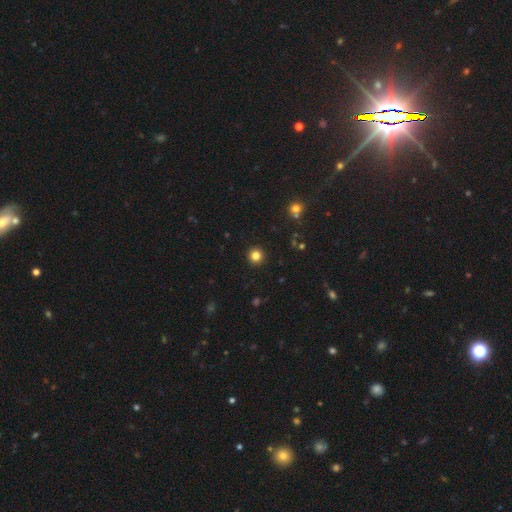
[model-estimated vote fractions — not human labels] smooth_or_featured: smooth (p=0.83) [alt: star or artifact p=0.12]
how_rounded: round (p=0.95) [alt: in between p=0.04]
merging: none (p=0.93) [alt: minor disturbance p=0.04]